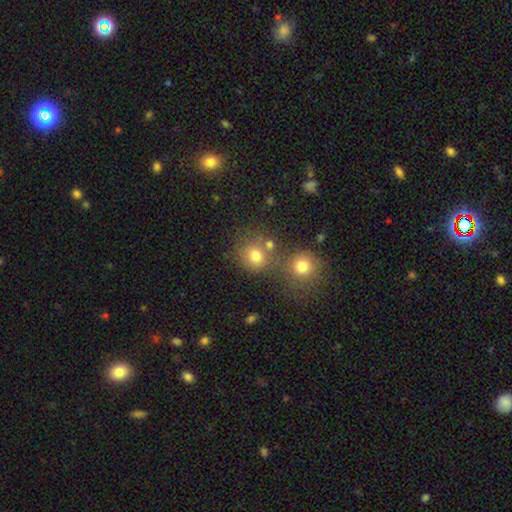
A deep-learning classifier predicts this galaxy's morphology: Smooth or featured? Predicted: smooth (p=0.77). How rounded? Predicted: round (p=0.84). Merging? Predicted: none (p=0.58).